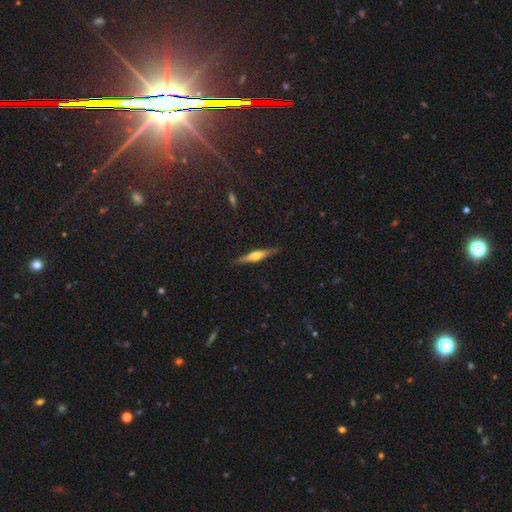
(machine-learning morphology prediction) Smooth or featured?
  - featured or disk: 63% *
  - smooth: 31%
  - star or artifact: 6%
Edge-on disk?
  - yes: 96% *
  - no: 4%
Edge-on bulge?
  - rounded: 91% *
  - none: 5%
  - boxy: 4%
Merging?
  - none: 88% *
  - minor disturbance: 9%
  - major disturbance: 2%
  - merger: 1%